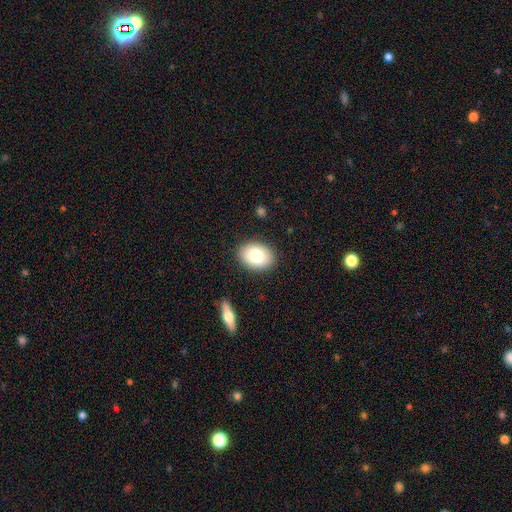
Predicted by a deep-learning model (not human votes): A smooth galaxy with no disk features (80%) that is in between round and cigar-shaped (79%). Merging: none (87%).